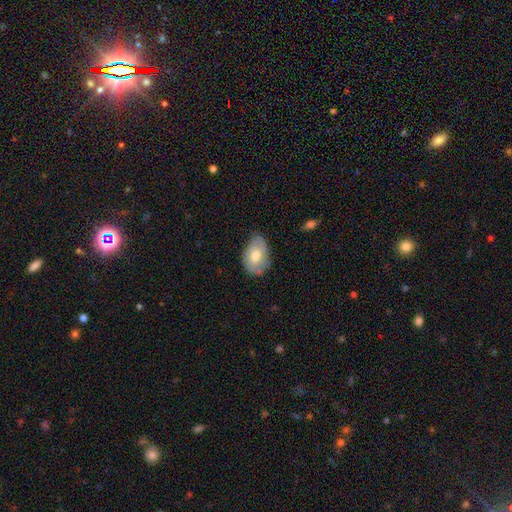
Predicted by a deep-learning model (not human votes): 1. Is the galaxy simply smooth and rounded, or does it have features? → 54% smooth, 40% featured or disk, 6% star or artifact.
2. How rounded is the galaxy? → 84% in between, 14% round, 1% cigar-shaped.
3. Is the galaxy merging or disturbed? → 63% none, 30% minor disturbance, 6% major disturbance, 1% merger.